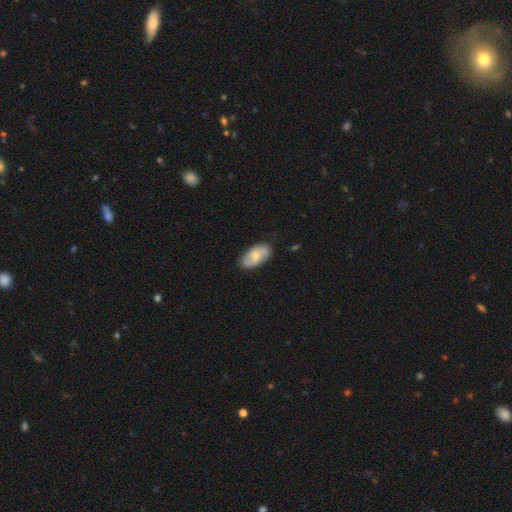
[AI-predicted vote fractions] smooth_or_featured: smooth (p=0.58) [alt: featured or disk p=0.36]
how_rounded: in between (p=0.93) [alt: round p=0.03]
merging: none (p=0.81) [alt: minor disturbance p=0.15]